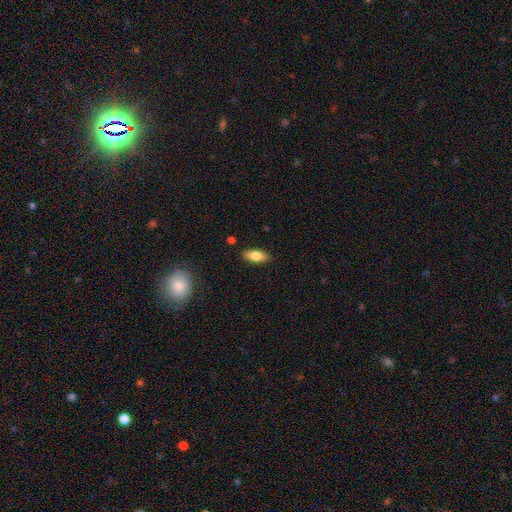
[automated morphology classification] smooth-or-featured: smooth: 79% | featured or disk: 14% | star or artifact: 7%
  how-rounded: in between: 83% | cigar-shaped: 15% | round: 3%
  merging: none: 87% | minor disturbance: 10% | major disturbance: 2% | merger: 2%